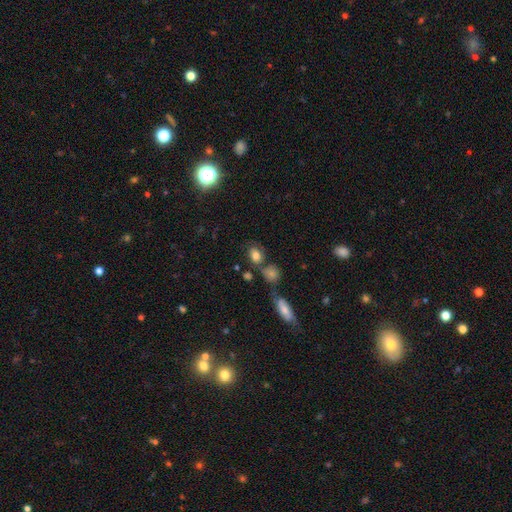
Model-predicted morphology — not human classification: Overall: smooth (77%). How rounded: in between (66%; round 32%). Merging: none (58%; merger 18%).